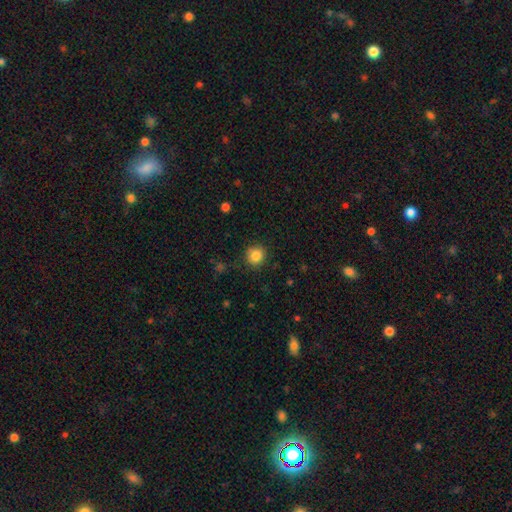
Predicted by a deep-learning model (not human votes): smooth 85%, star or artifact 10%, featured or disk 5%. Down the decision tree: how rounded — round (89%); merging — none (87%).